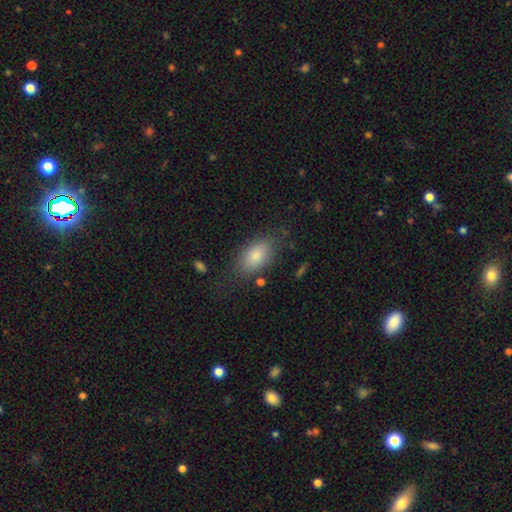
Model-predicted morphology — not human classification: smooth_or_featured: smooth (p=0.81) [alt: featured or disk p=0.11]
how_rounded: in between (p=0.90) [alt: round p=0.06]
merging: none (p=0.72) [alt: minor disturbance p=0.18]